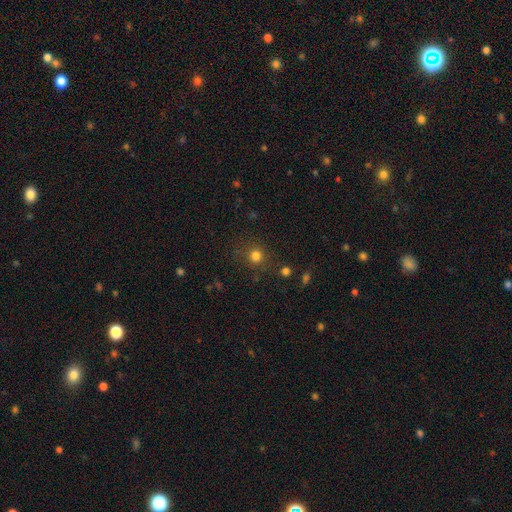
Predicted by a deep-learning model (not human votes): This is likely a smooth galaxy (78%). How rounded: clearly round (92%). Merging: clearly none (83%).